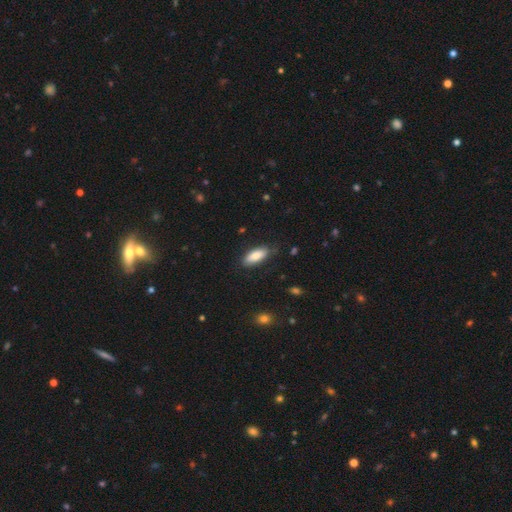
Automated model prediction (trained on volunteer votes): Smooth or featured: smooth — 83% (featured or disk — 11%)
How rounded: in between — 80% (cigar-shaped — 18%)
Merging: none — 79% (minor disturbance — 16%)